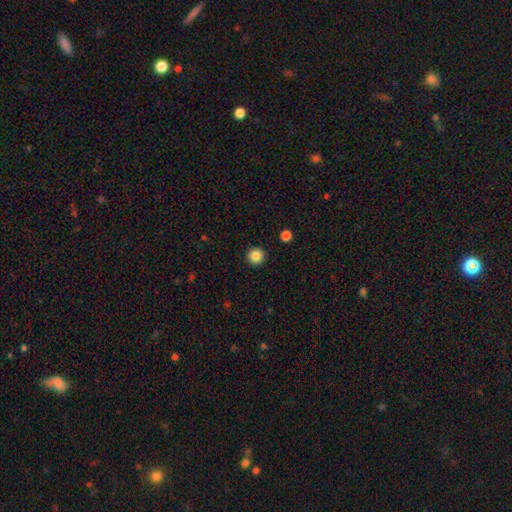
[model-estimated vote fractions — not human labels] Smooth or featured: smooth — 86% (star or artifact — 10%)
How rounded: round — 96% (in between — 3%)
Merging: none — 93% (minor disturbance — 4%)